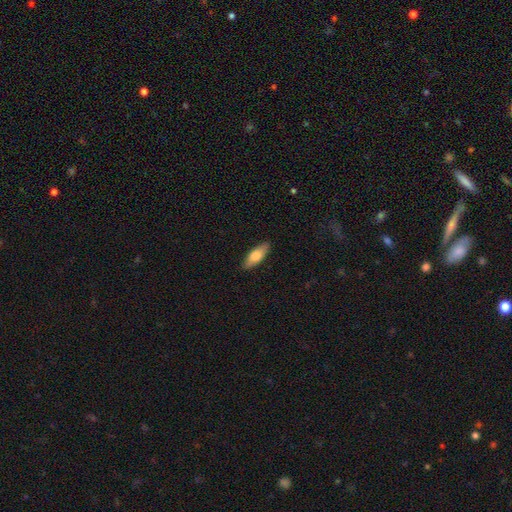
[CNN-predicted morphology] smooth_or_featured: smooth (p=0.70) [alt: featured or disk p=0.24]
how_rounded: in between (p=0.64) [alt: cigar-shaped p=0.33]
merging: none (p=0.89) [alt: minor disturbance p=0.09]